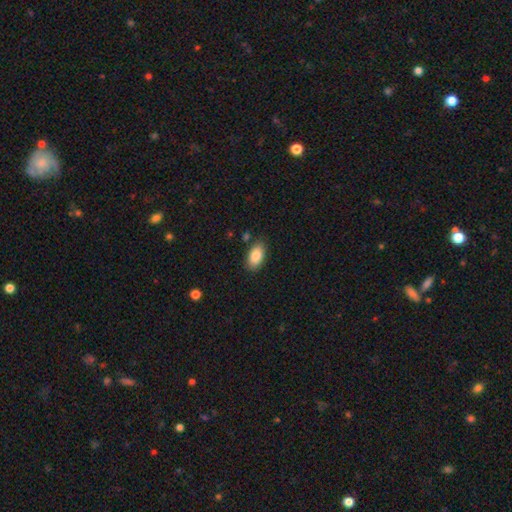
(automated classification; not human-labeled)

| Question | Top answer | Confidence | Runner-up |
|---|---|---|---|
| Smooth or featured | smooth | 86% | featured or disk (7%) |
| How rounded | in between | 93% | round (4%) |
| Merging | none | 83% | minor disturbance (12%) |